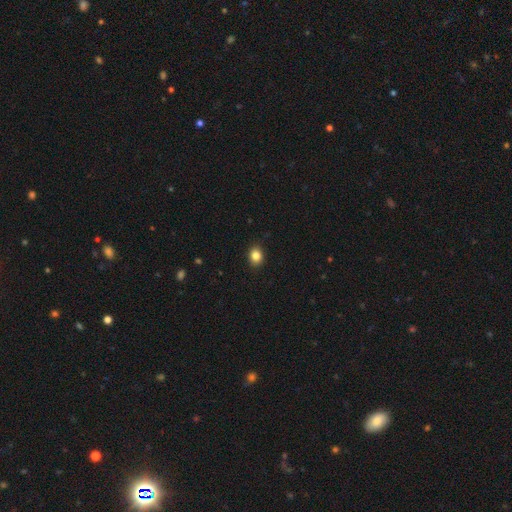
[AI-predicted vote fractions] Overall: smooth (85%). How rounded: round (51%; in between 48%). Merging: none (89%).